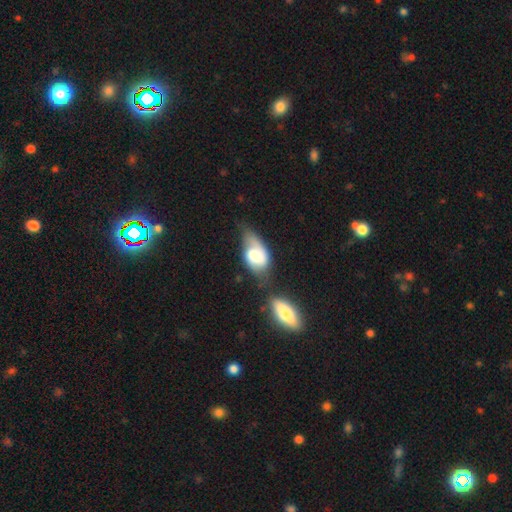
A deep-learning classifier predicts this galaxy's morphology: smooth 52%, featured or disk 41%, star or artifact 7%. Down the decision tree: how rounded — in between (88%); merging — minor disturbance (27%).